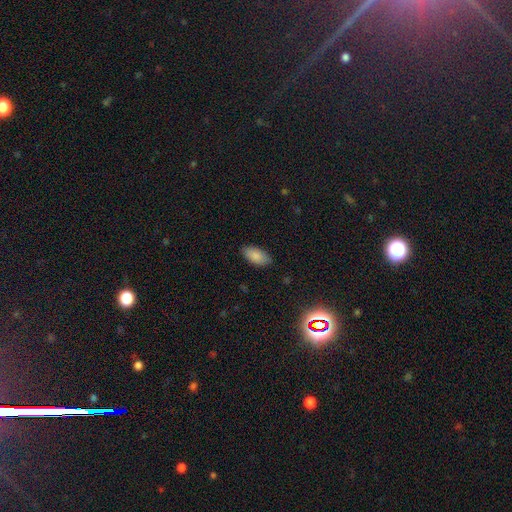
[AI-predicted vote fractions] This is clearly a smooth galaxy (87%). How rounded: clearly in between (93%). Merging: clearly none (86%).